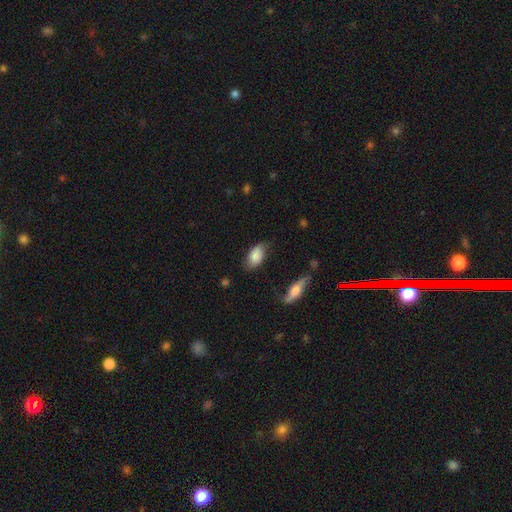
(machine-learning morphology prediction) type=smooth (77%); roundness=in between (92%); merging=none (65%).